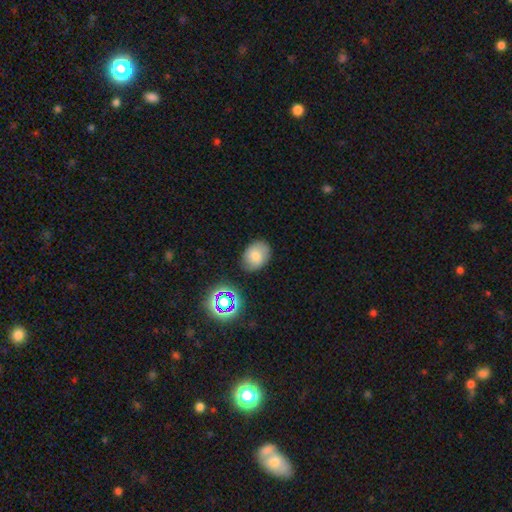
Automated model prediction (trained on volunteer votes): smooth 76%, star or artifact 12%, featured or disk 12%. Down the decision tree: how rounded — in between (64%); merging — none (82%).